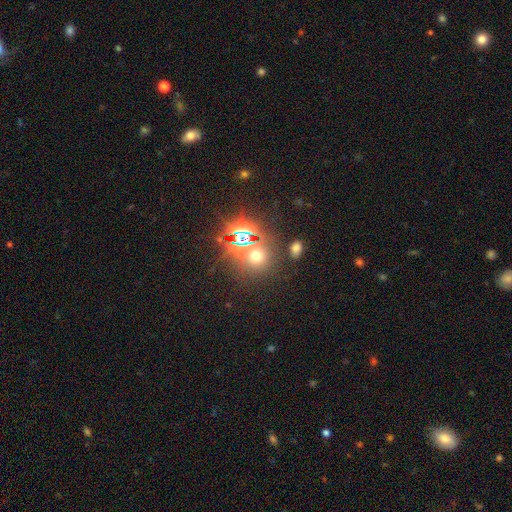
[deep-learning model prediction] smooth_or_featured: smooth (p=0.47) [alt: star or artifact p=0.45]
merging: none (p=0.74) [alt: merger p=0.13]